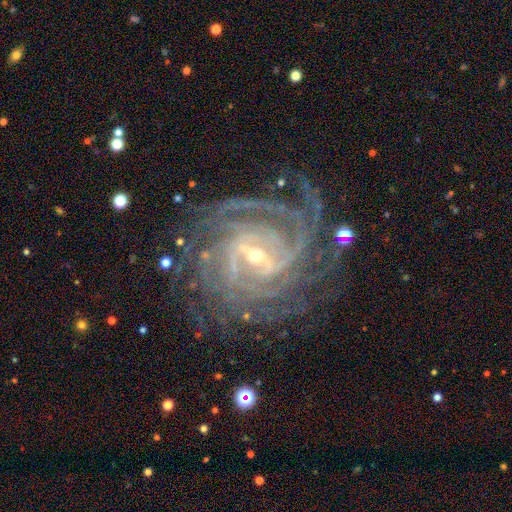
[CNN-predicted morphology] This is clearly a featured or disk galaxy (92%). It is clearly not viewed edge-on (97%). Bar: possibly strong (48%). Spiral arm pattern: clearly yes (99%). Spiral arm count: marginally 4 (30%). Spiral winding: likely tight (73%). Central bulge: likely small (66%). Merging: likely none (77%).